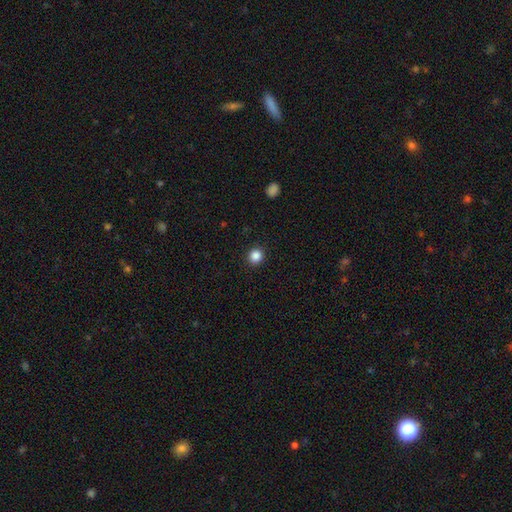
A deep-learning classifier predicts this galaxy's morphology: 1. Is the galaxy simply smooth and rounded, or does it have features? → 86% smooth, 11% star or artifact, 3% featured or disk.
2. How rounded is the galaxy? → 90% round, 9% in between, 1% cigar-shaped.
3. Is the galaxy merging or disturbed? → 92% none, 5% minor disturbance, 2% major disturbance, 1% merger.